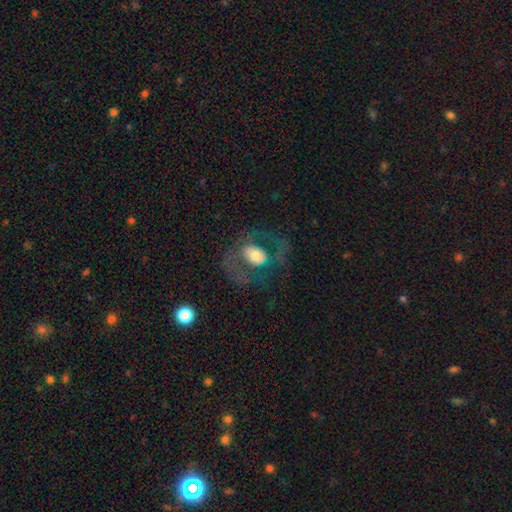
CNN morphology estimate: smooth-or-featured: featured or disk: 53% | smooth: 40% | star or artifact: 8%
  disk-edge-on: no: 94% | yes: 6%
  merging: none: 64% | major disturbance: 20% | minor disturbance: 14% | merger: 2%